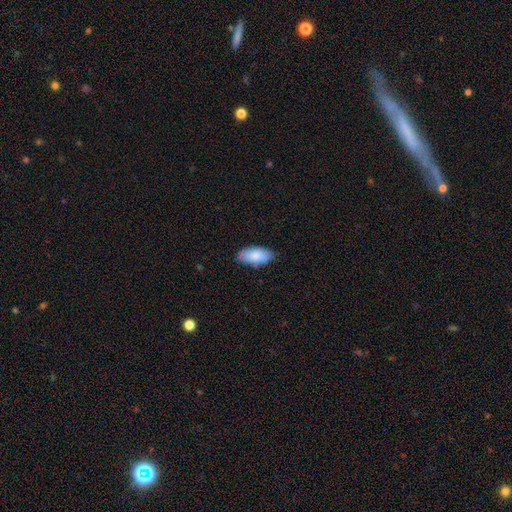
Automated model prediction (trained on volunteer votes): This is clearly a smooth galaxy (84%). How rounded: clearly in between (93%). Merging: likely none (78%).